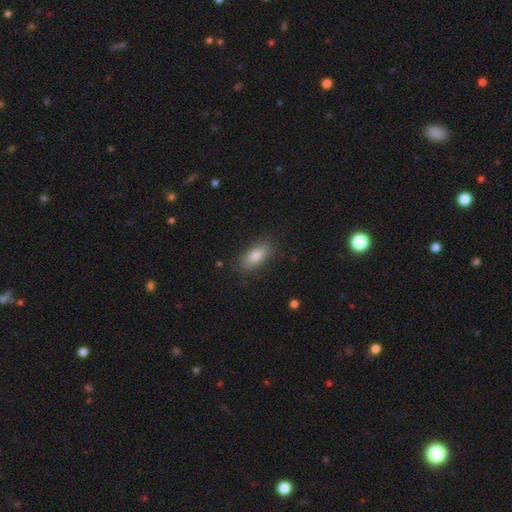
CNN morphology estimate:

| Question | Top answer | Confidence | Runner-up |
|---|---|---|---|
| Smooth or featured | smooth | 80% | featured or disk (11%) |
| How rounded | in between | 83% | cigar-shaped (13%) |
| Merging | none | 85% | minor disturbance (11%) |